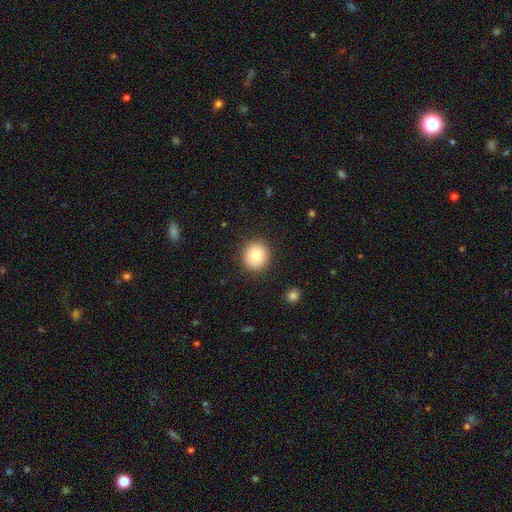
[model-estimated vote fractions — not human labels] Morphology: type=smooth (80%); roundness=round (90%); merging=none (89%).